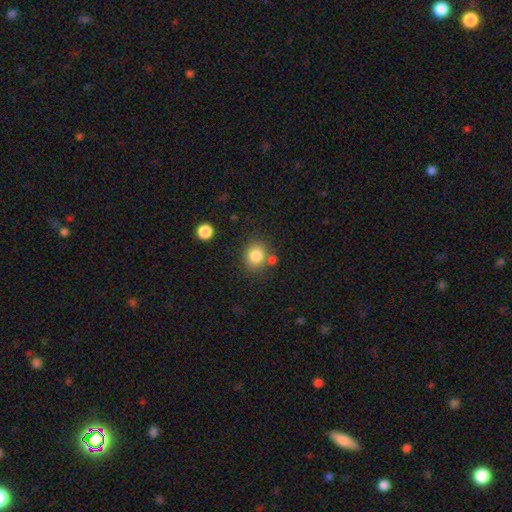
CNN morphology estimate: This appears to be a smooth galaxy with no disk features (84%) that is round (69%). Merging: none (72%).